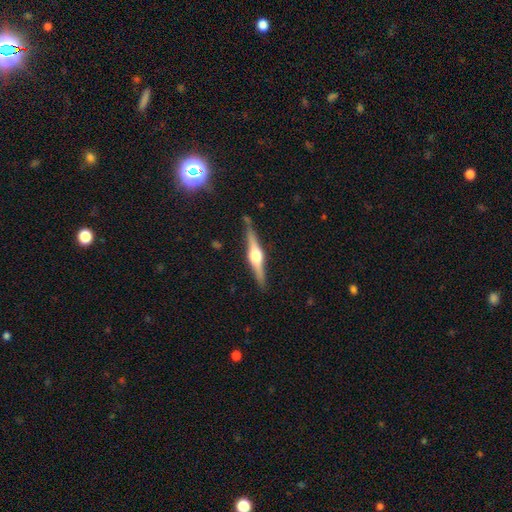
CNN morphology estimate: Smooth or featured? featured or disk (80%)
Edge-on disk? yes (98%)
Edge-on bulge? rounded (93%)
Merging? none (86%)